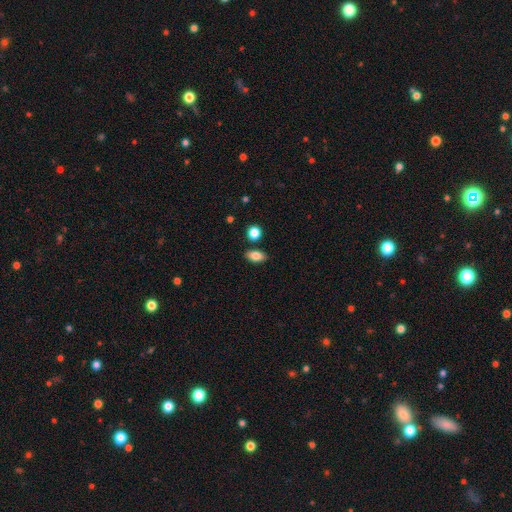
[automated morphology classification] This appears to be a smooth galaxy with no disk features (81%) that is in between round and cigar-shaped (87%). Merging: none (83%).